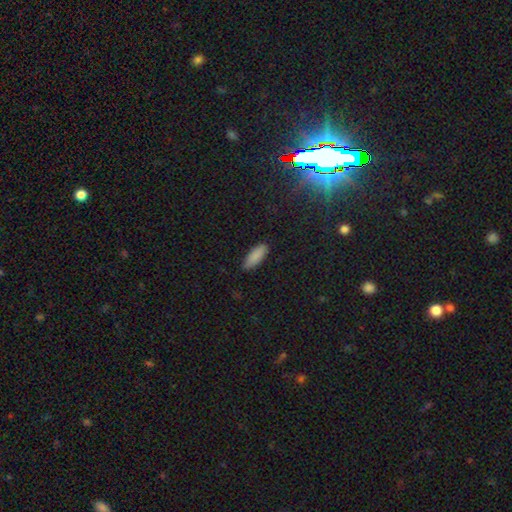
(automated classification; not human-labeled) The model was most divided on "how rounded": in between: 67%, cigar-shaped: 32%, round: 2%. More confident: smooth or featured — smooth (88%); merging — none (86%).